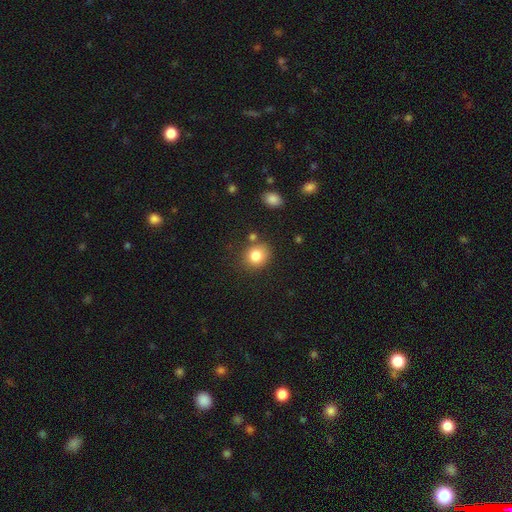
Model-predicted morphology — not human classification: Smooth or featured?
  - smooth: 81% *
  - star or artifact: 11%
  - featured or disk: 8%
How rounded?
  - round: 76% *
  - in between: 23%
  - cigar-shaped: 1%
Merging?
  - none: 79% *
  - minor disturbance: 11%
  - merger: 6%
  - major disturbance: 3%